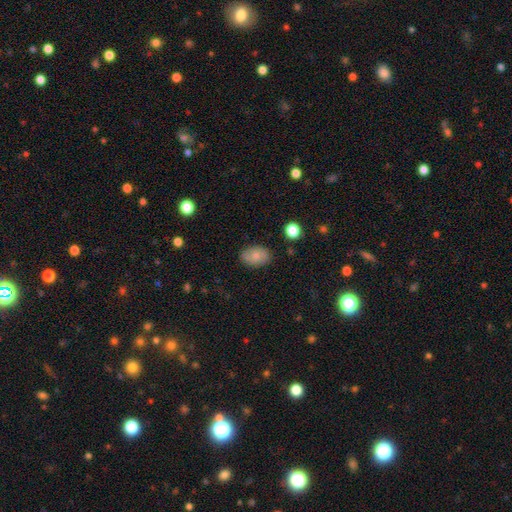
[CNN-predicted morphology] Smooth or featured? smooth (75%)
How rounded? in between (83%)
Merging? none (83%)